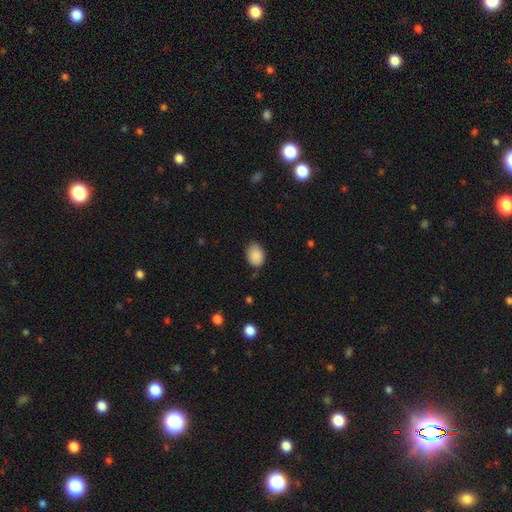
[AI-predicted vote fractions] smooth_or_featured: smooth (p=0.89) [alt: star or artifact p=0.07]
how_rounded: in between (p=0.75) [alt: round p=0.24]
merging: none (p=0.74) [alt: minor disturbance p=0.21]